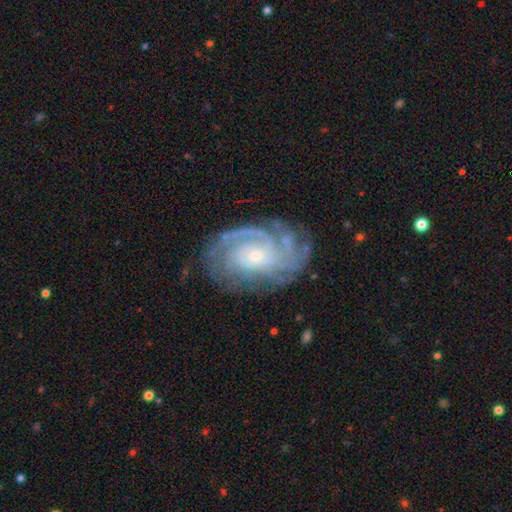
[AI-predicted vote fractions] The model was most divided on "spiral arm count": can't tell: 28%, 3: 20%, 4: 19%, 2: 17%, more than 4: 9%, 1: 6%. More confident: spiral arms — yes (97%); edge-on disk — no (96%); smooth or featured — featured or disk (88%); merging — none (74%); spiral winding — tight (72%); bar — no (71%); bulge size — small (66%).